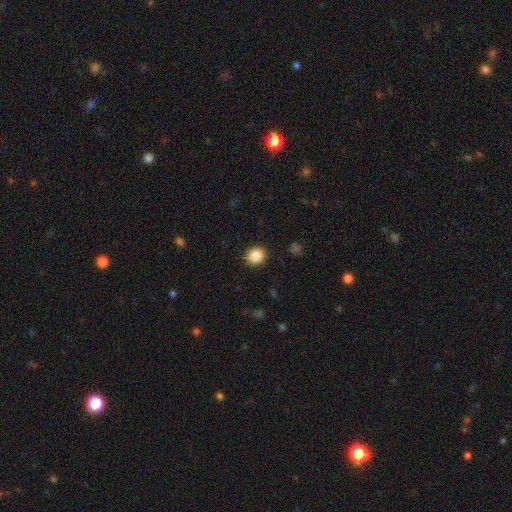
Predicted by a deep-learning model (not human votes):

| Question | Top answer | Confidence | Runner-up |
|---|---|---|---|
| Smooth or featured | smooth | 88% | star or artifact (9%) |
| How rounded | round | 82% | in between (17%) |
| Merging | none | 91% | minor disturbance (6%) |